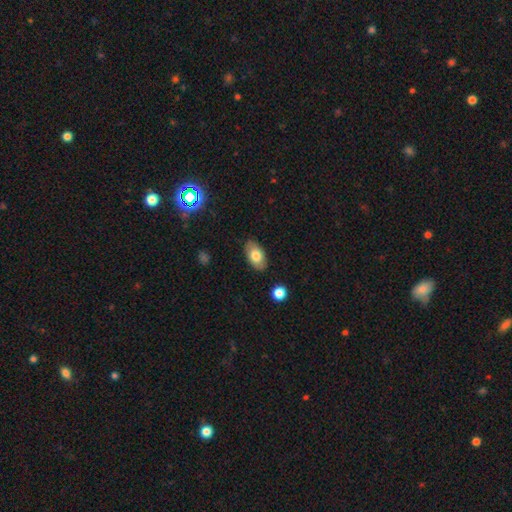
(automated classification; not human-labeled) This is likely a smooth galaxy (77%). How rounded: clearly in between (93%). Merging: clearly none (86%).